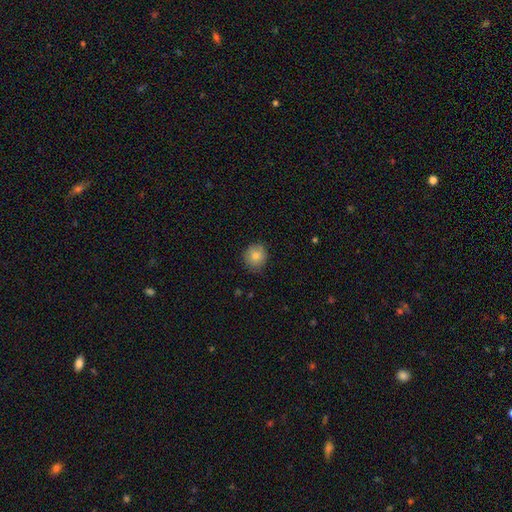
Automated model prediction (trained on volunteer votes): smooth_or_featured: smooth (p=0.81) [alt: featured or disk p=0.10]
how_rounded: round (p=0.85) [alt: in between p=0.15]
merging: none (p=0.81) [alt: minor disturbance p=0.15]